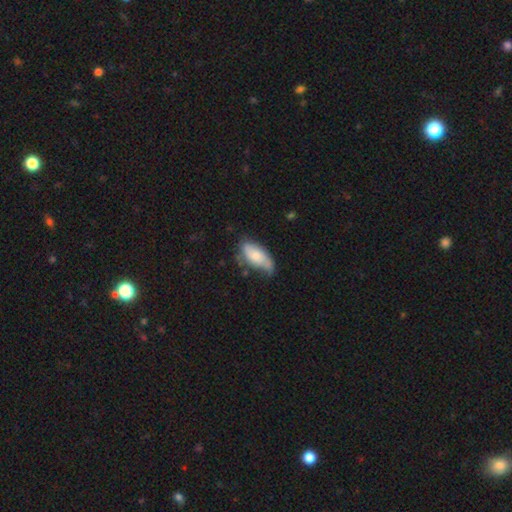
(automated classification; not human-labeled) Overall: smooth (61%; featured or disk 32%). How rounded: in between (88%). Merging: none (47%; minor disturbance 37%).